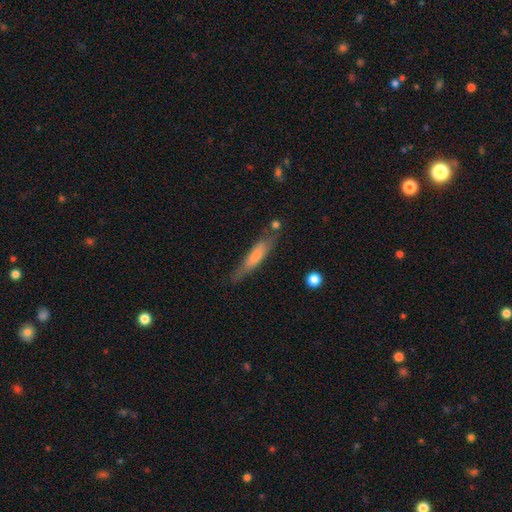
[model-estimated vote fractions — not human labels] Overall: smooth (66%; featured or disk 27%). How rounded: cigar-shaped (84%). Merging: none (65%).